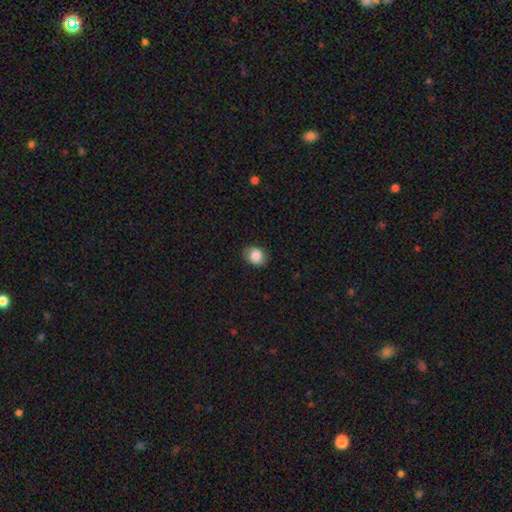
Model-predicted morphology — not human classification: A smooth galaxy with no disk features (85%) that is round (50%). Merging: none (82%).